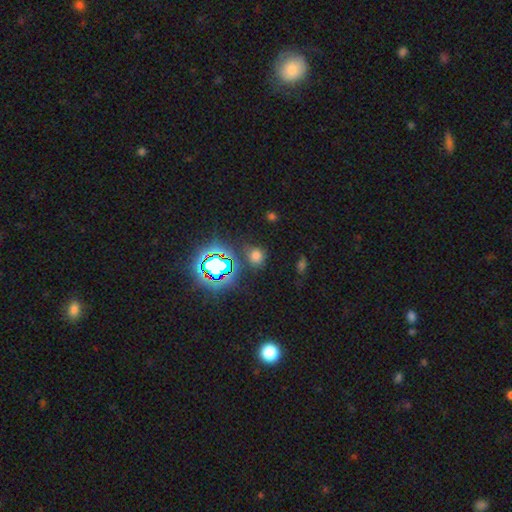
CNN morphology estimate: Overall: smooth (60%; star or artifact 34%). How rounded: round (80%). Merging: none (79%).